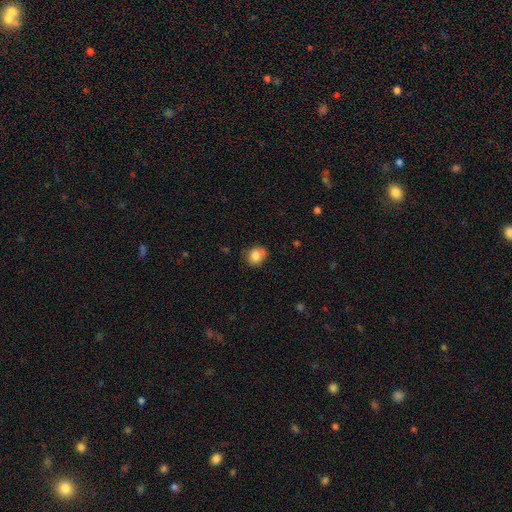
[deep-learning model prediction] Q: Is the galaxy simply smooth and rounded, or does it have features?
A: smooth — 80%.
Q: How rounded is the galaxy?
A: round — 61%.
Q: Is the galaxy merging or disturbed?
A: none — 64%.